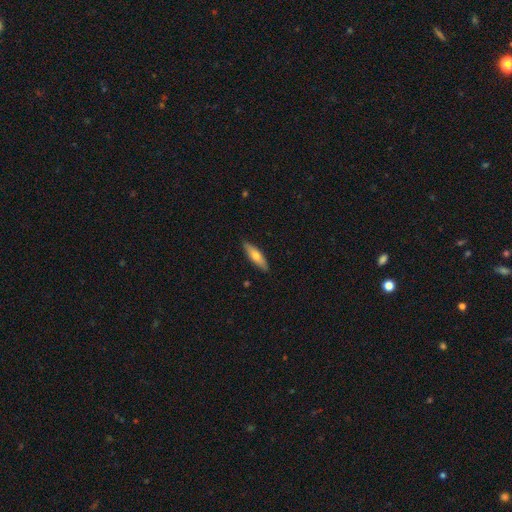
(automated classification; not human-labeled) smooth-or-featured: smooth: 62% | featured or disk: 33% | star or artifact: 6%
  how-rounded: cigar-shaped: 64% | in between: 34% | round: 2%
  merging: none: 89% | minor disturbance: 8% | major disturbance: 2% | merger: 1%